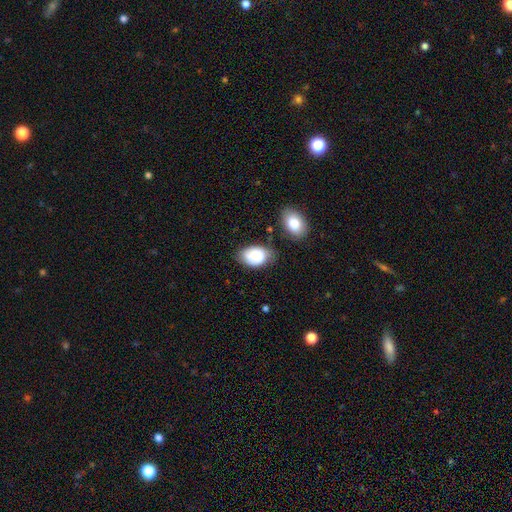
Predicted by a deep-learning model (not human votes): Overall: smooth (77%). How rounded: in between (86%). Merging: none (53%; minor disturbance 30%).